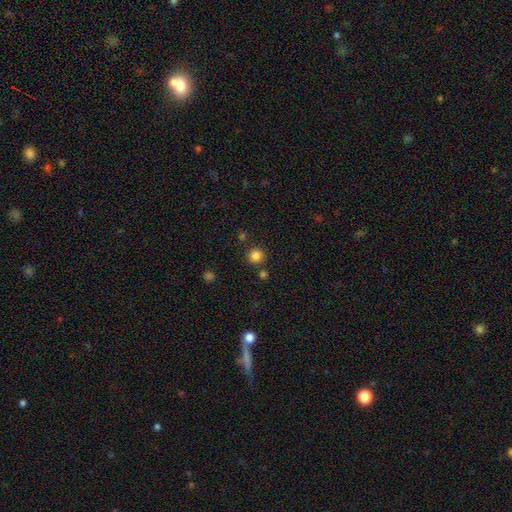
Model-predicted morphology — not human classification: This appears to be a smooth galaxy with no disk features (83%) that is round (94%). Merging: none (86%).